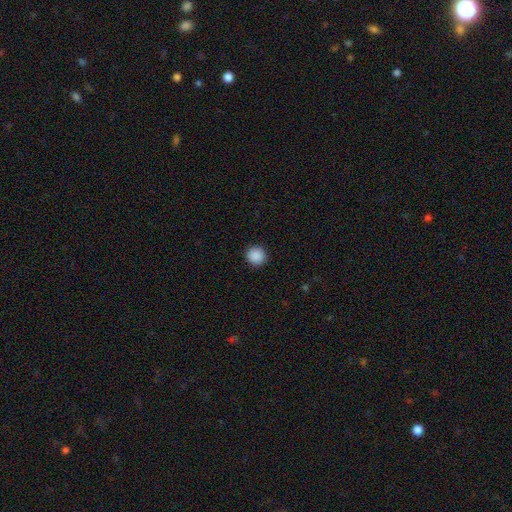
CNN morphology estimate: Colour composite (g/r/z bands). It shows a smooth galaxy with no disk features (89%) that is round (94%). Merging: none (93%).